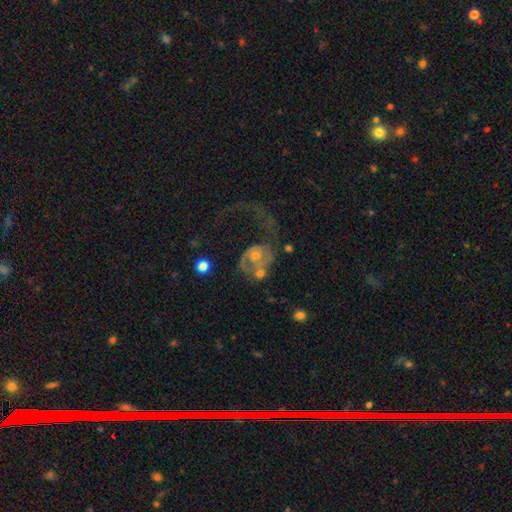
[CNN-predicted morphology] Smooth or featured: featured or disk — 74% (smooth — 19%)
Edge-on disk: no — 97% (yes — 3%)
Bar: no — 75% (weak — 21%)
Spiral arms: yes — 78% (no — 22%)
Spiral winding: loose — 41% (medium — 35%)
Spiral arm count: 1 — 43% (2 — 38%)
Bulge size: moderate — 61% (small — 29%)
Merging: major disturbance — 52% (none — 19%)